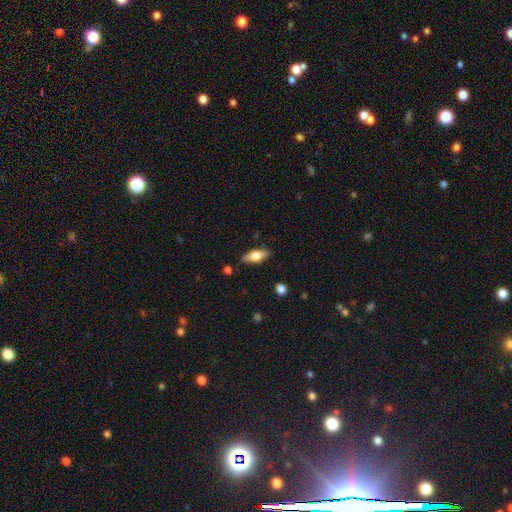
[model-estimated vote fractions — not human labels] smooth_or_featured: smooth (p=0.61) [alt: featured or disk p=0.32]
how_rounded: in between (p=0.74) [alt: cigar-shaped p=0.23]
merging: none (p=0.83) [alt: minor disturbance p=0.13]